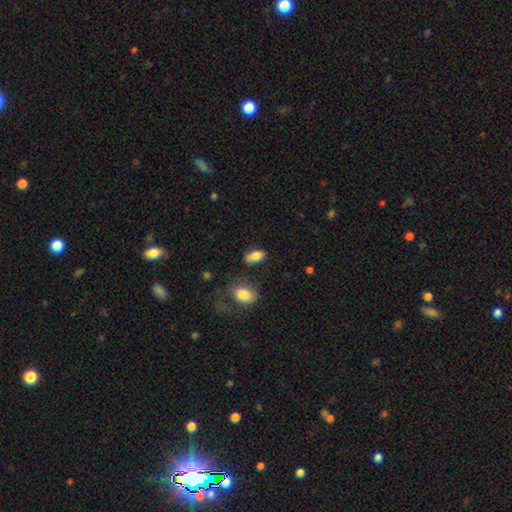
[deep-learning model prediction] Q: Smooth or featured?
A: smooth (82%); runner-up: featured or disk (9%)
Q: How rounded?
A: in between (89%); runner-up: round (6%)
Q: Merging?
A: none (69%); runner-up: minor disturbance (19%)